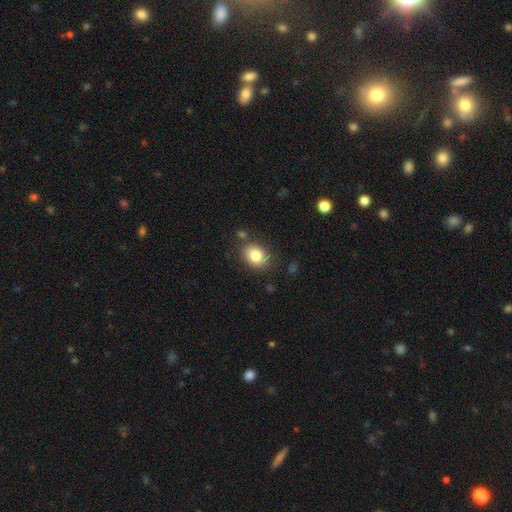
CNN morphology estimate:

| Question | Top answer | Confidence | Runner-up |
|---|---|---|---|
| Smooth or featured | smooth | 83% | star or artifact (9%) |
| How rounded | in between | 57% | round (42%) |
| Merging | none | 78% | minor disturbance (14%) |